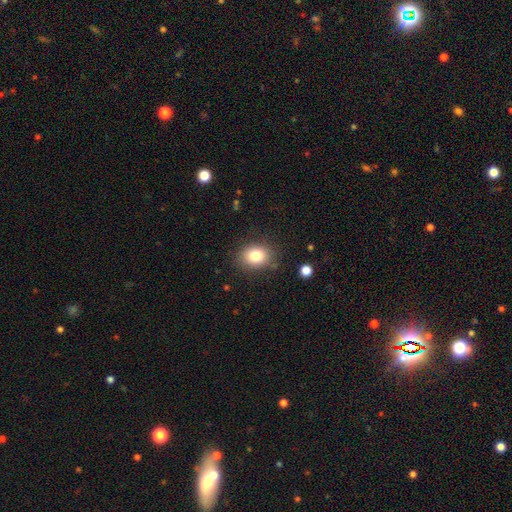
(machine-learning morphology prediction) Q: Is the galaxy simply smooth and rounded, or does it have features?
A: smooth — 80%.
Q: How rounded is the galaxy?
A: in between — 53%.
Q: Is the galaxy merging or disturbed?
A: none — 83%.